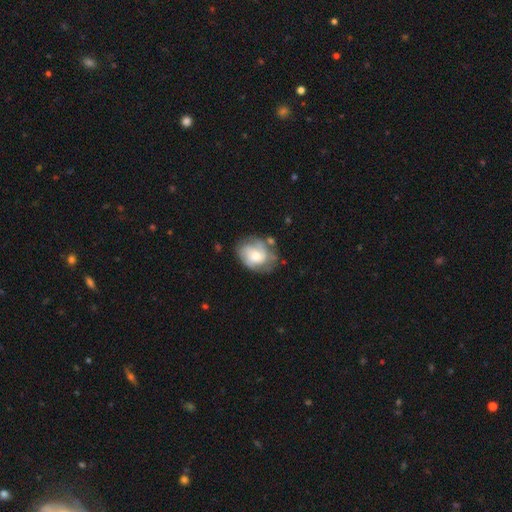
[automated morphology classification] smooth_or_featured: featured or disk (p=0.54) [alt: smooth p=0.39]
disk_edge_on: no (p=0.97) [alt: yes p=0.03]
bar: no (p=0.74) [alt: weak p=0.22]
has_spiral_arms: yes (p=0.73) [alt: no p=0.27]
bulge_size: moderate (p=0.57) [alt: small p=0.28]
merging: none (p=0.56) [alt: minor disturbance p=0.26]